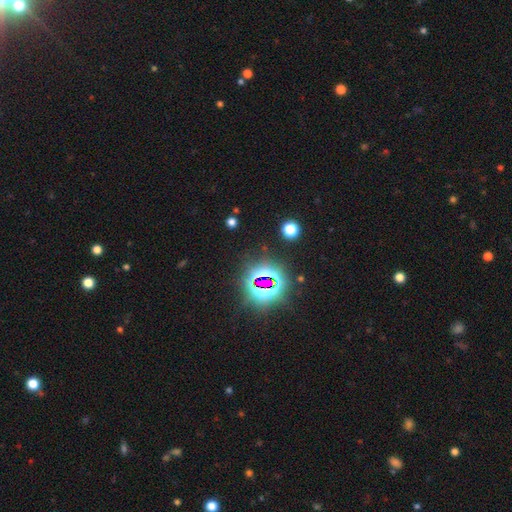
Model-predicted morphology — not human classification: The model was most divided on "smooth or featured": star or artifact: 84%, smooth: 9%, featured or disk: 7%.